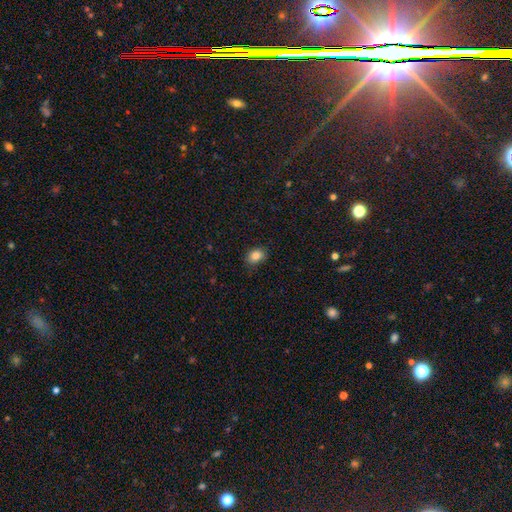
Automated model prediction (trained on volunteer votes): Q: Smooth or featured?
A: smooth (86%); runner-up: star or artifact (9%)
Q: How rounded?
A: in between (70%); runner-up: round (29%)
Q: Merging?
A: none (82%); runner-up: minor disturbance (14%)